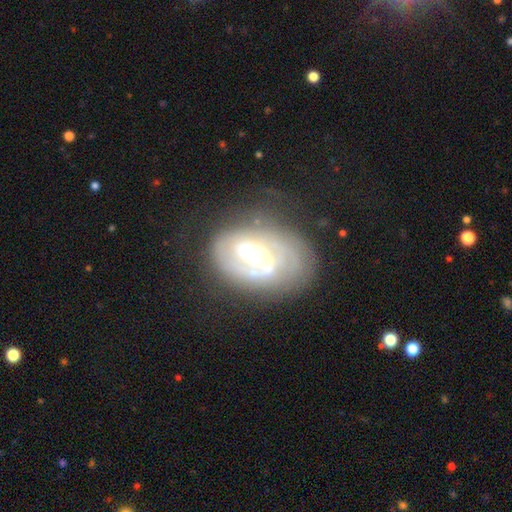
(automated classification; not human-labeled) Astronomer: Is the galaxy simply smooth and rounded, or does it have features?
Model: featured or disk — 79%.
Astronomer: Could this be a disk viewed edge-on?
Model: no — 96%.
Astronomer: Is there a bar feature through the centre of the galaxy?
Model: weak — 42% (runner-up: strong, 35%).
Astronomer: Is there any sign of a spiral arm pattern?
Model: yes — 84%.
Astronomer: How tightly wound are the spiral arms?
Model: tight — 58%.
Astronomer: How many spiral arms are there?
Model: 2 — 40% (runner-up: can't tell, 32%).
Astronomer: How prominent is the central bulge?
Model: moderate — 55%.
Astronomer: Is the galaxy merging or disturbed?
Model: none — 58%.